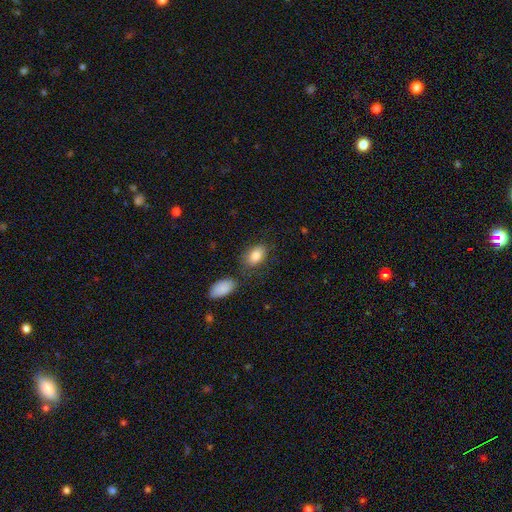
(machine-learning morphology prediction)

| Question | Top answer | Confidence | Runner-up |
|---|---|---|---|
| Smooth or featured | smooth | 86% | star or artifact (7%) |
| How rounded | in between | 89% | round (9%) |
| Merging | none | 71% | minor disturbance (16%) |